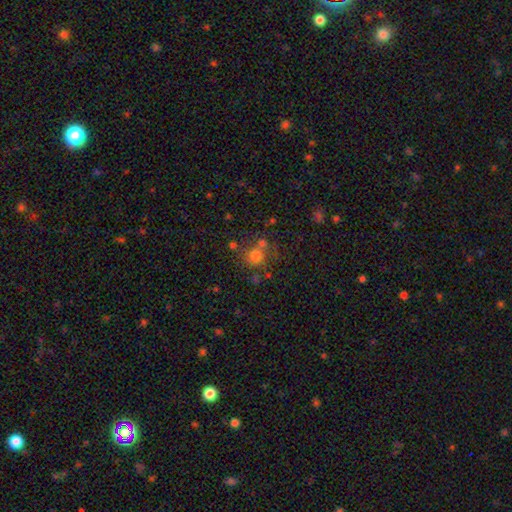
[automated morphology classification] A smooth galaxy with no disk features (72%) that is round (85%). Merging: none (55%).